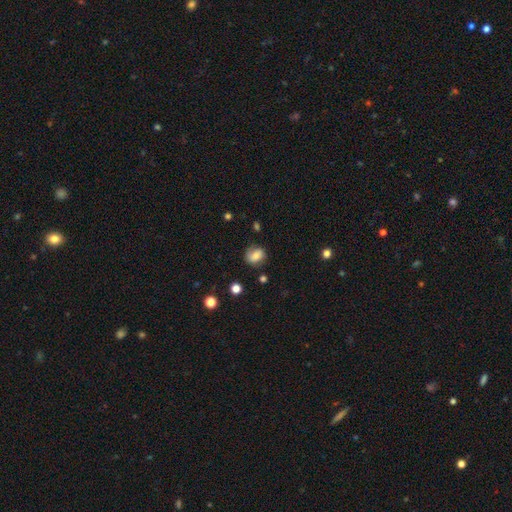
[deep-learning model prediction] This is likely a smooth galaxy (69%). How rounded: likely round (63%). Merging: likely none (72%).